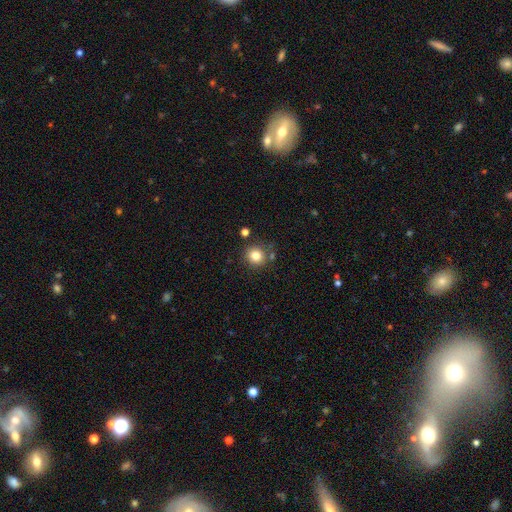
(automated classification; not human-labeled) smooth 81%, star or artifact 12%, featured or disk 7%. Down the decision tree: how rounded — round (90%); merging — none (81%).